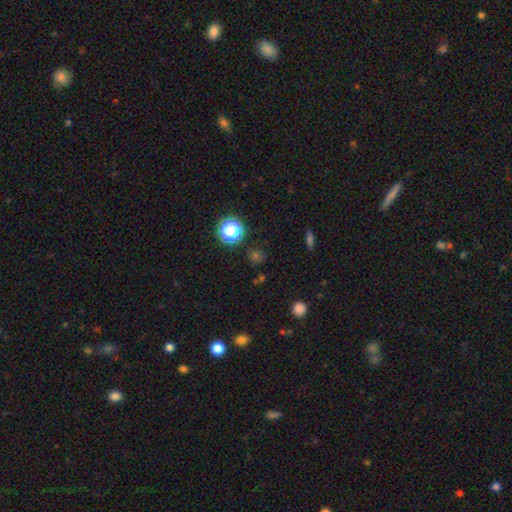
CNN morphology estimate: Smooth or featured?
  - smooth: 48% *
  - star or artifact: 46%
  - featured or disk: 7%
Merging?
  - none: 82% *
  - minor disturbance: 9%
  - merger: 5%
  - major disturbance: 4%